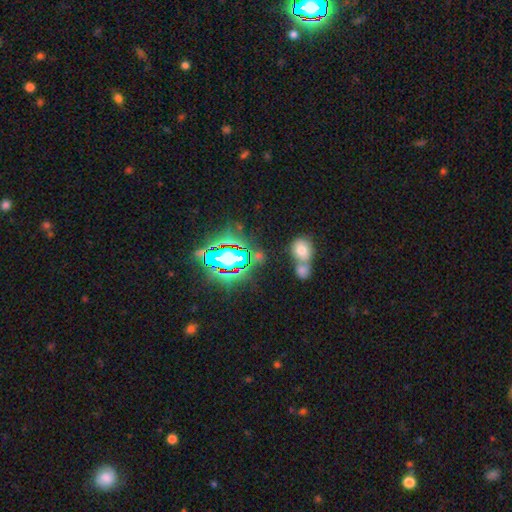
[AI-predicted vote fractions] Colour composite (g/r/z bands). It shows a star or artifact, not a galaxy (59%).